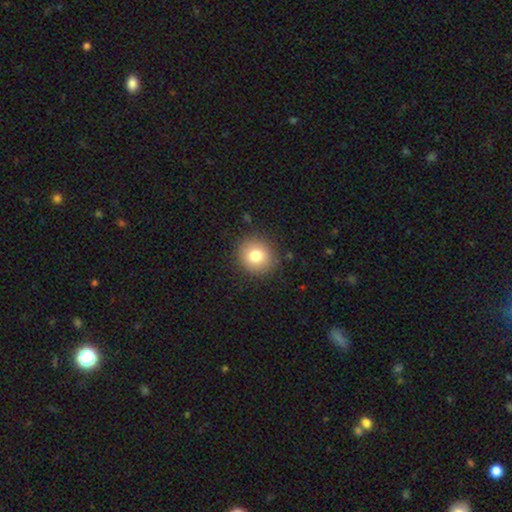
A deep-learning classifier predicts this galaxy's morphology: Overall: smooth (79%). How rounded: round (86%). Merging: none (88%).